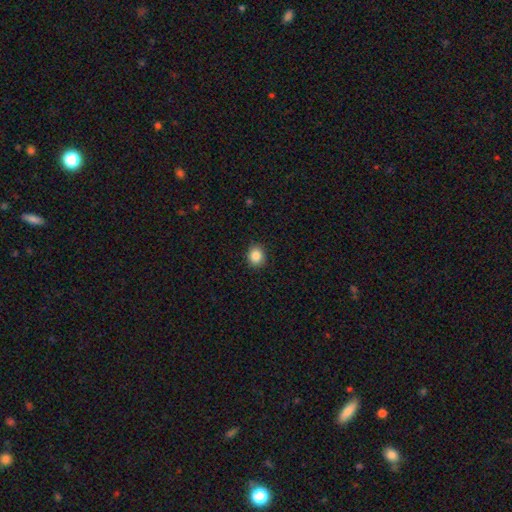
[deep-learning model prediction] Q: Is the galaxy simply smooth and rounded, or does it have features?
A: smooth — 85%.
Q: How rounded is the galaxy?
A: round — 70%.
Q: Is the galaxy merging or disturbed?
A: none — 90%.